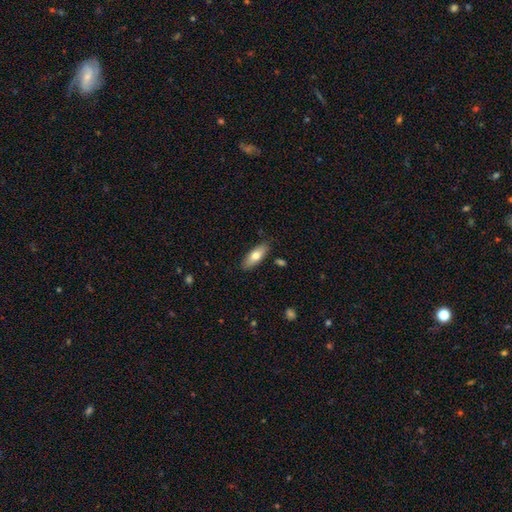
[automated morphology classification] smooth 71%, featured or disk 23%, star or artifact 6%. Down the decision tree: how rounded — in between (75%); merging — none (86%).